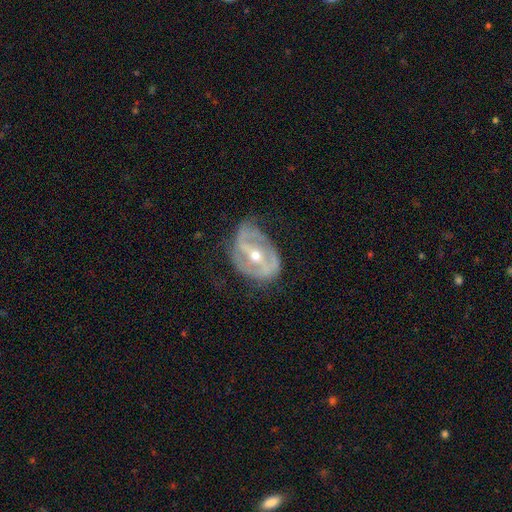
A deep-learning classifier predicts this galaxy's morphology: Smooth or featured?
  - featured or disk: 83% *
  - smooth: 11%
  - star or artifact: 6%
Edge-on disk?
  - no: 95% *
  - yes: 5%
Bar?
  - strong: 58% *
  - weak: 28%
  - no: 14%
Spiral arms?
  - yes: 76% *
  - no: 24%
Spiral winding?
  - medium: 40% *
  - tight: 32%
  - loose: 28%
Spiral arm count?
  - 2: 64% *
  - can't tell: 18%
  - 1: 9%
  - 3: 6%
  - 4: 2%
  - more than 4: 1%
Bulge size?
  - moderate: 56% *
  - small: 41%
  - large: 2%
  - none: 1%
  - dominant: 1%
Merging?
  - none: 49% *
  - minor disturbance: 29%
  - major disturbance: 20%
  - merger: 2%